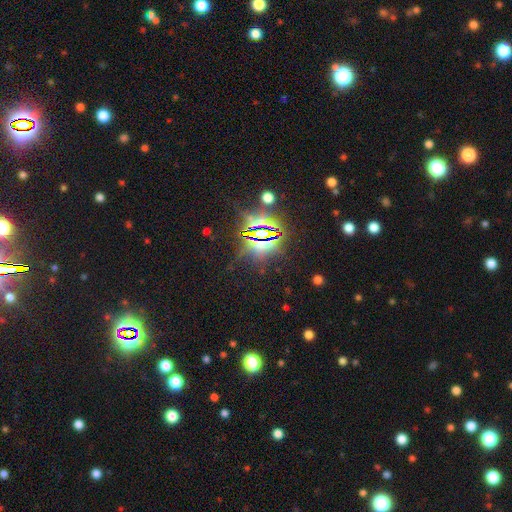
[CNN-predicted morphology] The model was most divided on "smooth or featured": star or artifact: 83%, smooth: 9%, featured or disk: 8%.